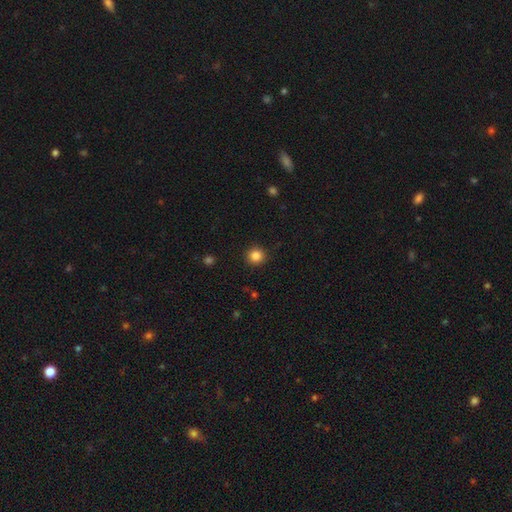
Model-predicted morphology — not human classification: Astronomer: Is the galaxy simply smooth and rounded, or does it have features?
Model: smooth — 85%.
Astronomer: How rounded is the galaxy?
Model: round — 94%.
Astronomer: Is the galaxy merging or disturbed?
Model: none — 91%.